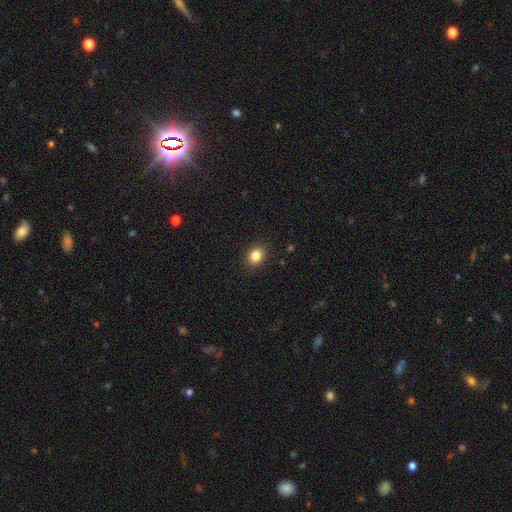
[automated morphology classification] Q: Smooth or featured?
A: smooth (85%); runner-up: star or artifact (10%)
Q: How rounded?
A: round (55%); runner-up: in between (44%)
Q: Merging?
A: none (89%); runner-up: minor disturbance (7%)